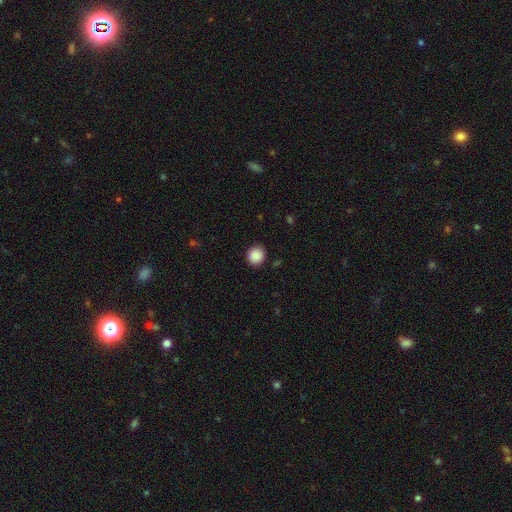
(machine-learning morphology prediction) Overall: smooth (89%). How rounded: round (91%). Merging: none (90%).